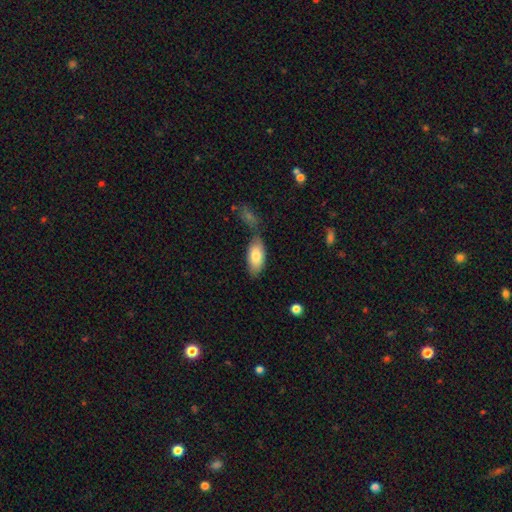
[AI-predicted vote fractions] Morphology: type=smooth (80%); roundness=in between (90%); merging=none (64%).